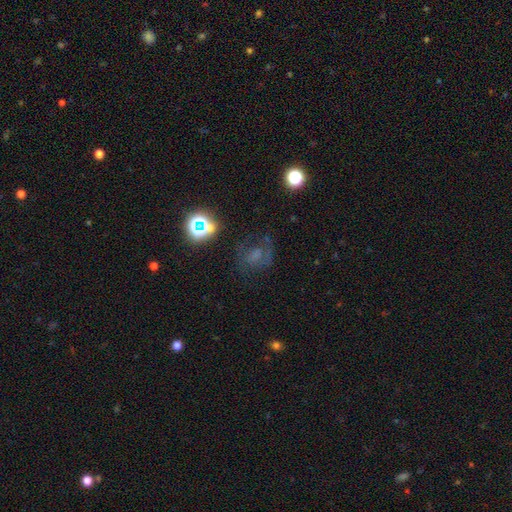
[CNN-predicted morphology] A smooth galaxy with no disk features (35%). Merging: none (54%).